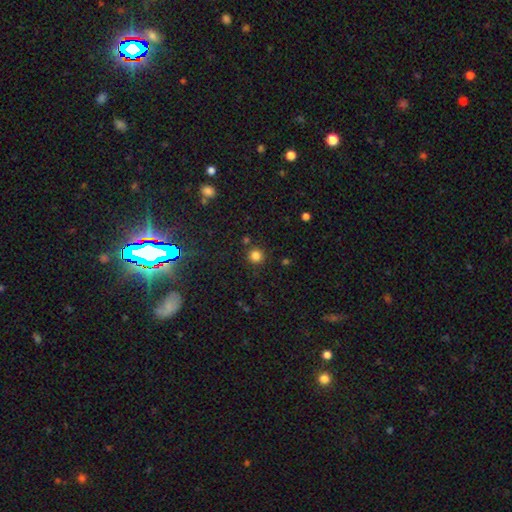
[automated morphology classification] Smooth or featured? smooth (82%)
How rounded? round (94%)
Merging? none (88%)